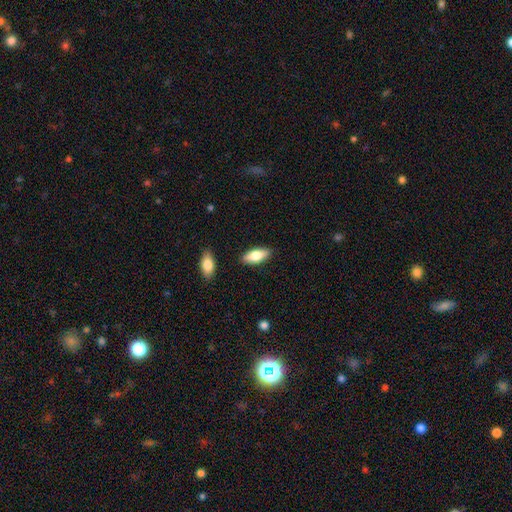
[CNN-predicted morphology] smooth_or_featured: smooth (p=0.71) [alt: featured or disk p=0.23]
how_rounded: in between (p=0.77) [alt: cigar-shaped p=0.21]
merging: none (p=0.86) [alt: minor disturbance p=0.09]